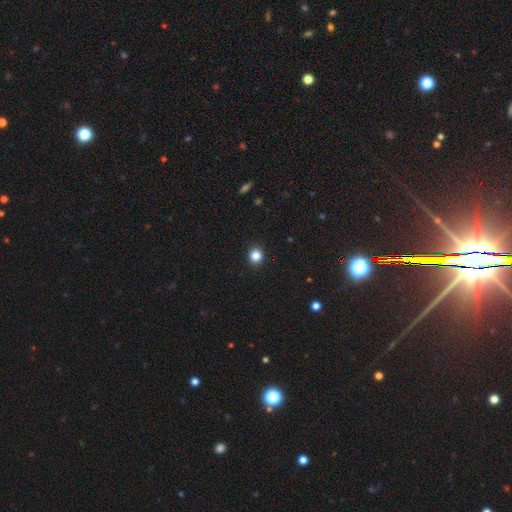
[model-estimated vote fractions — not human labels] smooth 84%, star or artifact 12%, featured or disk 4%. Down the decision tree: how rounded — round (89%); merging — none (92%).